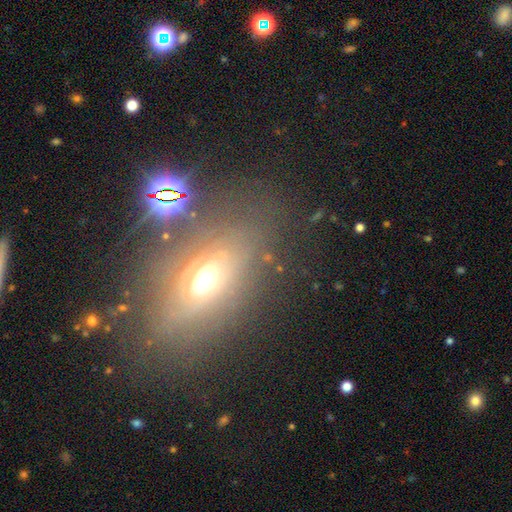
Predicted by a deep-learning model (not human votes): smooth-or-featured: smooth: 45% | featured or disk: 29% | star or artifact: 26%
  merging: none: 74% | minor disturbance: 13% | major disturbance: 7% | merger: 5%